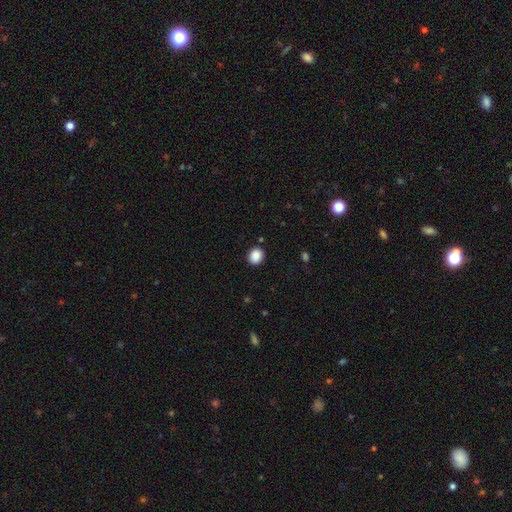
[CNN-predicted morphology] smooth-or-featured: smooth: 88% | star or artifact: 9% | featured or disk: 3%
  how-rounded: round: 72% | in between: 27% | cigar-shaped: 1%
  merging: none: 89% | minor disturbance: 7% | major disturbance: 2% | merger: 1%